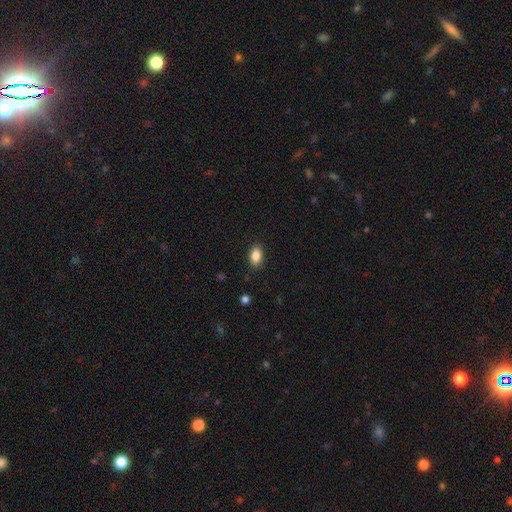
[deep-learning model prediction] smooth-or-featured: smooth: 87% | star or artifact: 8% | featured or disk: 4%
  how-rounded: in between: 89% | round: 9% | cigar-shaped: 2%
  merging: none: 88% | minor disturbance: 9% | major disturbance: 2% | merger: 1%